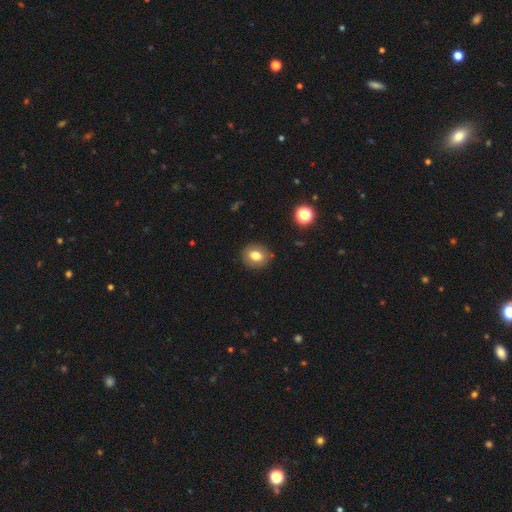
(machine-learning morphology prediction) Smooth or featured? Predicted: smooth (p=0.77). How rounded? Predicted: round (p=0.66). Merging? Predicted: none (p=0.87).